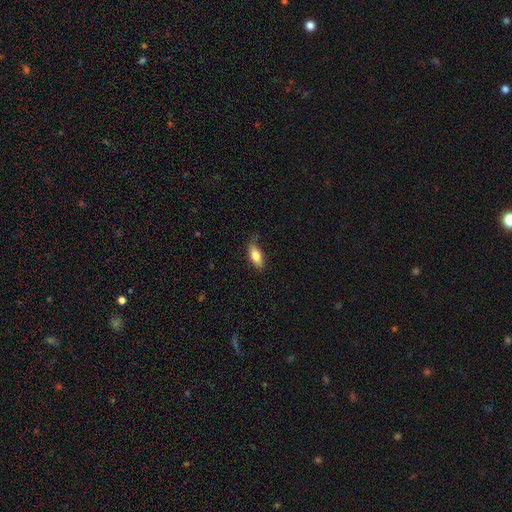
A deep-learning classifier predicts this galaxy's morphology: Q: Smooth or featured?
A: smooth (79%); runner-up: featured or disk (15%)
Q: How rounded?
A: in between (81%); runner-up: cigar-shaped (16%)
Q: Merging?
A: none (73%); runner-up: minor disturbance (22%)